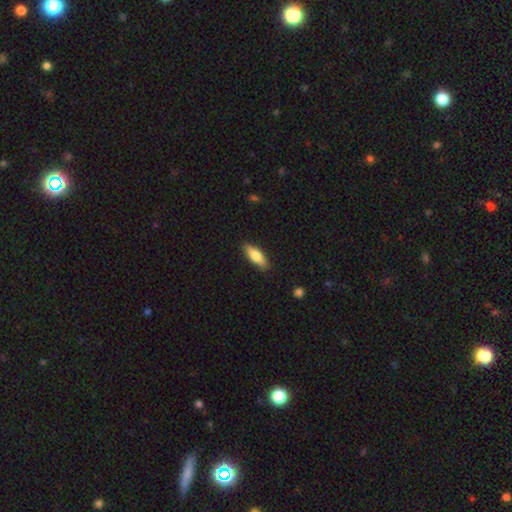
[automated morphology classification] This appears to be a smooth galaxy with no disk features (77%) that is in between round and cigar-shaped (61%). Merging: none (88%).